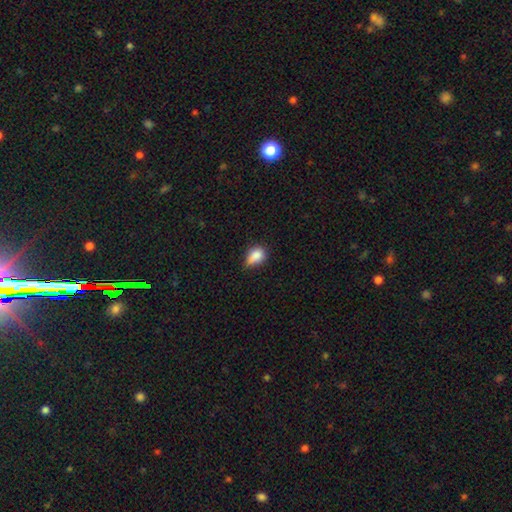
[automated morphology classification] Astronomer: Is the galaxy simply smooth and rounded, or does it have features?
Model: smooth — 83%.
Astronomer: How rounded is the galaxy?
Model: in between — 76%.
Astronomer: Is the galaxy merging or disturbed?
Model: minor disturbance — 46% (runner-up: none, 41%).